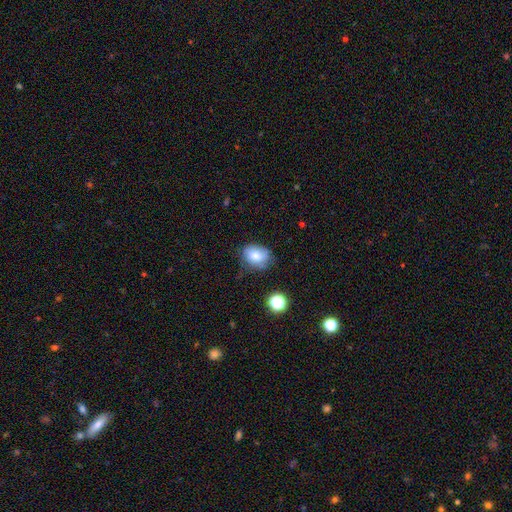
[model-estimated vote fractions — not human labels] smooth-or-featured: smooth: 74% | featured or disk: 16% | star or artifact: 10%
  how-rounded: in between: 66% | round: 33% | cigar-shaped: 1%
  merging: none: 62% | minor disturbance: 28% | major disturbance: 7% | merger: 3%